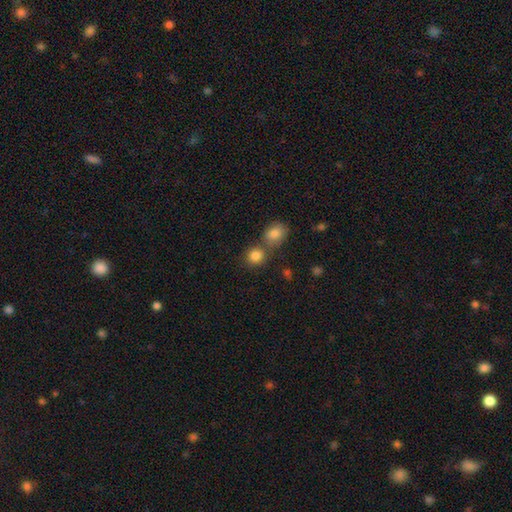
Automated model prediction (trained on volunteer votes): Smooth or featured: smooth — 83% (star or artifact — 10%)
How rounded: round — 81% (in between — 18%)
Merging: none — 57% (merger — 31%)